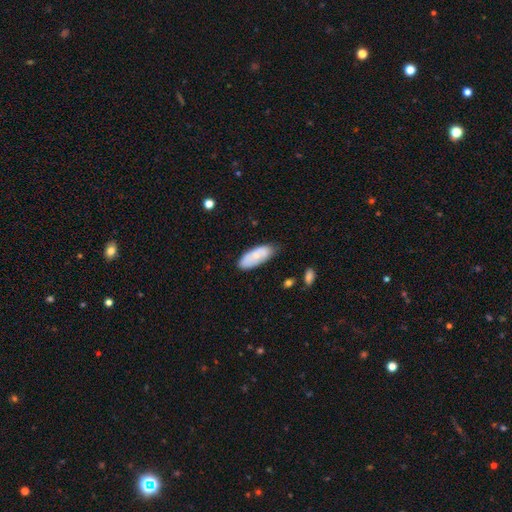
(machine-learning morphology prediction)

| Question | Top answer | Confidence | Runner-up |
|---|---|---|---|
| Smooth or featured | smooth | 70% | featured or disk (24%) |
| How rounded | in between | 84% | cigar-shaped (14%) |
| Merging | none | 68% | minor disturbance (24%) |